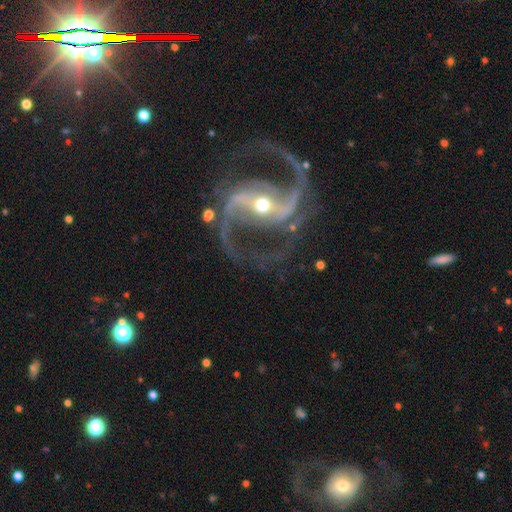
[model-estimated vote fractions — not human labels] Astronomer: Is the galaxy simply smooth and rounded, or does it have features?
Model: featured or disk — 92%.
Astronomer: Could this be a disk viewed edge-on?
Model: no — 98%.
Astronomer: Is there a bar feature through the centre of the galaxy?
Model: strong — 57%.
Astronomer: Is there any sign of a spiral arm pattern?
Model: yes — 98%.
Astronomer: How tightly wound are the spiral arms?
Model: medium — 63%.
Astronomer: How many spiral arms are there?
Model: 2 — 93%.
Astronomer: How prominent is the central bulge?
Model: moderate — 48% (runner-up: small, 46%).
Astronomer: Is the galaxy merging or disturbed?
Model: none — 75%.